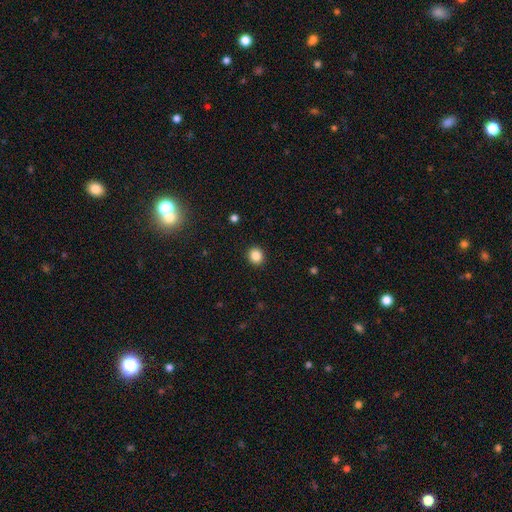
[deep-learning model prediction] The model was most divided on "how rounded": round: 86%, in between: 13%, cigar-shaped: 1%. More confident: merging — none (92%); smooth or featured — smooth (85%).